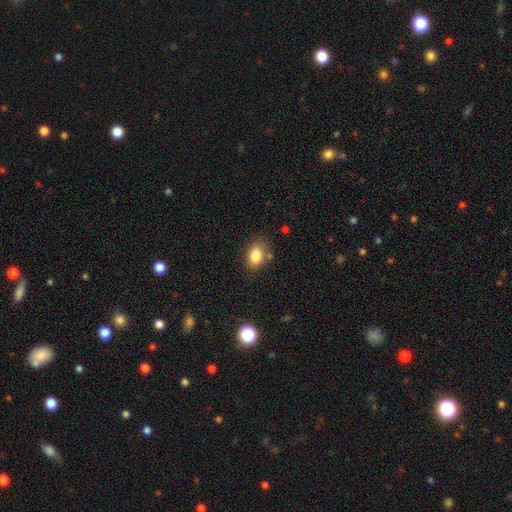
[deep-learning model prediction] A smooth galaxy with no disk features (84%) that is in between round and cigar-shaped (81%).

Vote fractions:
- Smooth or featured? smooth: 84% / star or artifact: 9% / featured or disk: 7%
- How rounded? in between: 81% / round: 18% / cigar-shaped: 1%
- Merging? none: 75% / minor disturbance: 16% / merger: 5% / major disturbance: 4%